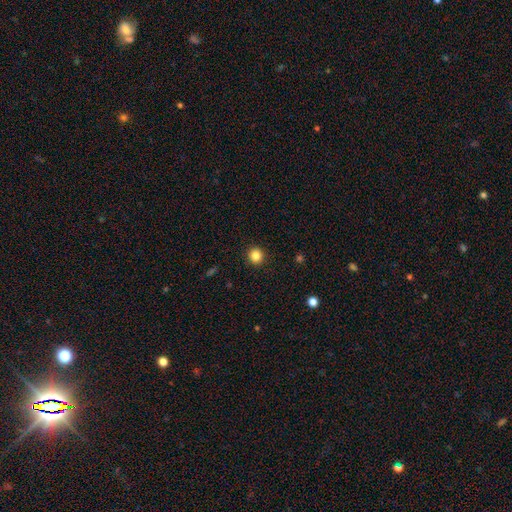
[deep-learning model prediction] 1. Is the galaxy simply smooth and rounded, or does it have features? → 85% smooth, 11% star or artifact, 4% featured or disk.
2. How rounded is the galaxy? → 92% round, 7% in between, 1% cigar-shaped.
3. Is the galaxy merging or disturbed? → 92% none, 5% minor disturbance, 2% major disturbance, 1% merger.